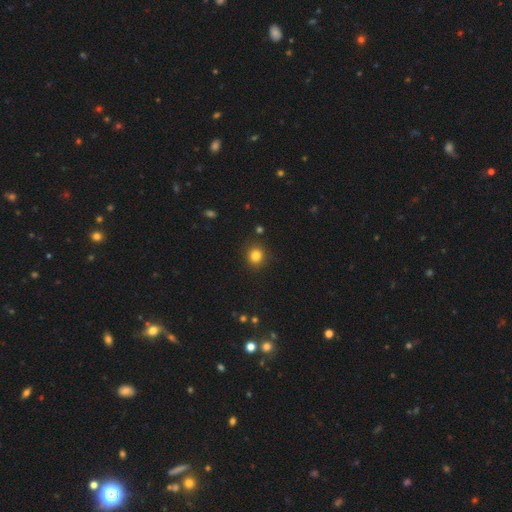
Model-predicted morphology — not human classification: Smooth or featured? Predicted: smooth (p=0.82). How rounded? Predicted: round (p=0.87). Merging? Predicted: none (p=0.90).